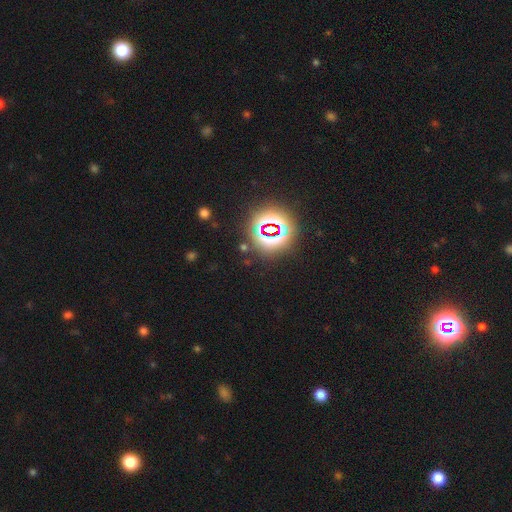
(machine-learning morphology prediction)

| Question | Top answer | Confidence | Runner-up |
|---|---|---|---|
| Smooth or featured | star or artifact | 82% | smooth (12%) |